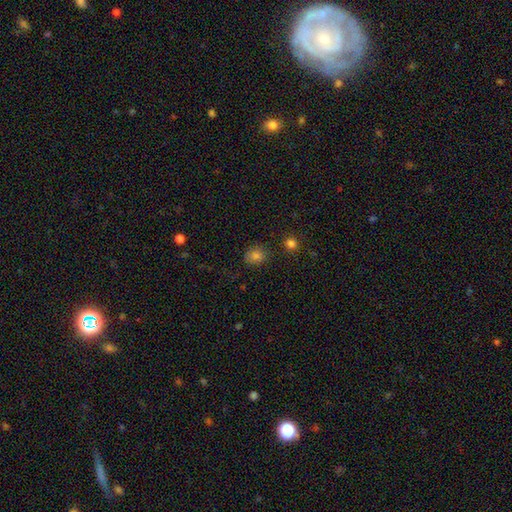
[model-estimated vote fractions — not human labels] Morphology: type=smooth (79%); roundness=round (68%); merging=none (82%).